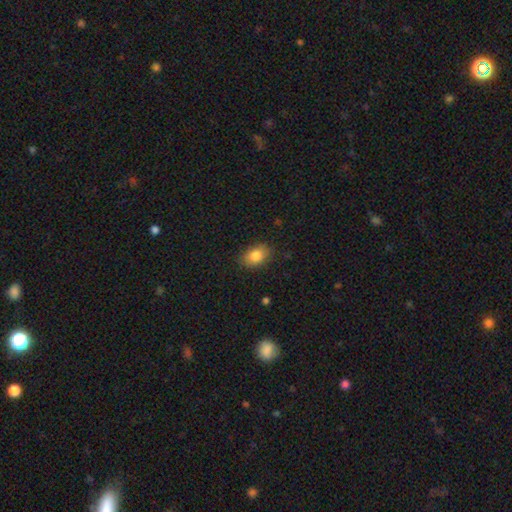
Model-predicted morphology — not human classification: Q: Smooth or featured?
A: smooth (84%); runner-up: star or artifact (8%)
Q: How rounded?
A: in between (79%); runner-up: round (20%)
Q: Merging?
A: none (84%); runner-up: minor disturbance (12%)